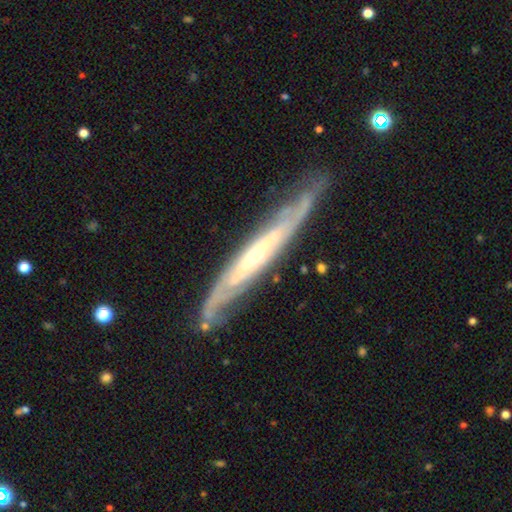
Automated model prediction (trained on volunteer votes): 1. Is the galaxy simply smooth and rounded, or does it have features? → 82% featured or disk, 13% smooth, 5% star or artifact.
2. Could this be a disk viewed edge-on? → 60% yes, 40% no.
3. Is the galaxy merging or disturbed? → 76% none, 18% minor disturbance, 5% major disturbance, 2% merger.